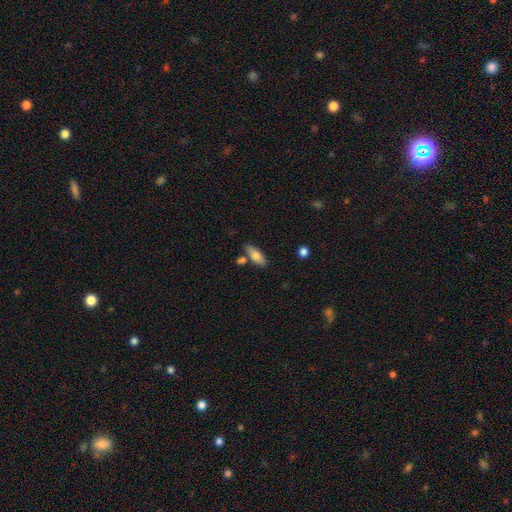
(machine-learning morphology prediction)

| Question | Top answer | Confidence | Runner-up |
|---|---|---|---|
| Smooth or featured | smooth | 76% | featured or disk (18%) |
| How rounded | in between | 73% | cigar-shaped (25%) |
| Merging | none | 73% | minor disturbance (13%) |